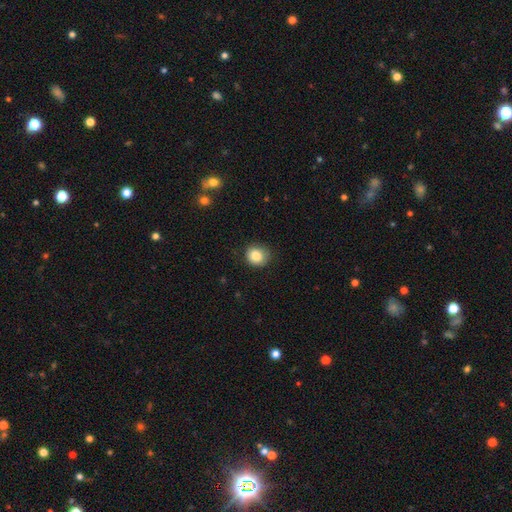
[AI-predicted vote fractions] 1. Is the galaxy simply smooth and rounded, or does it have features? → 85% smooth, 9% star or artifact, 6% featured or disk.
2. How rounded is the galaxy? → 82% round, 17% in between, 1% cigar-shaped.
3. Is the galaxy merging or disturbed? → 78% none, 17% minor disturbance, 4% major disturbance, 1% merger.